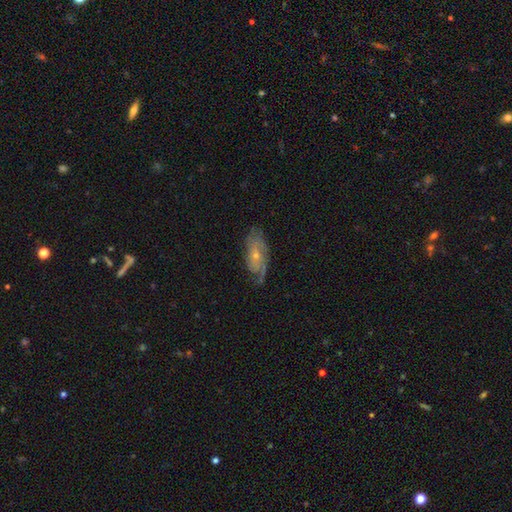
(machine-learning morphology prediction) smooth-or-featured: featured or disk: 74% | smooth: 18% | star or artifact: 8%
  disk-edge-on: no: 91% | yes: 9%
    bar: no: 73% | weak: 23% | strong: 4%
    has-spiral-arms: yes: 90% | no: 10%
      spiral-winding: tight: 49% | medium: 38% | loose: 13%
      spiral-arm-count: can't tell: 37% | 2: 34% | 3: 14% | 1: 6% | 4: 5% | more than 4: 4%
    bulge-size: small: 64% | moderate: 31% | none: 3% | large: 1% | dominant: 1%
  merging: none: 71% | minor disturbance: 20% | major disturbance: 7% | merger: 1%